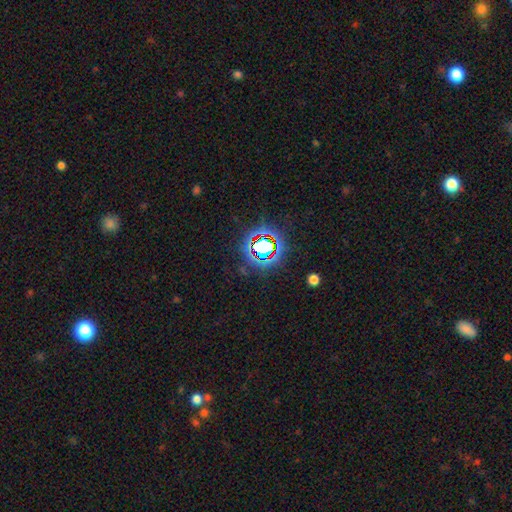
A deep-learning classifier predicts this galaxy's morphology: Q: Smooth or featured?
A: star or artifact (78%); runner-up: smooth (13%)